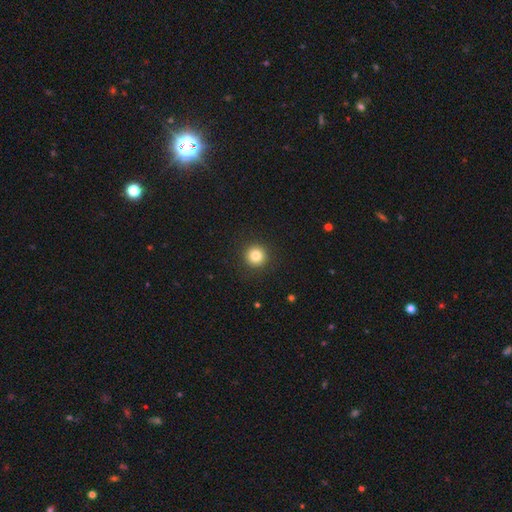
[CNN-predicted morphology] smooth_or_featured: smooth (p=0.83) [alt: star or artifact p=0.11]
how_rounded: round (p=0.95) [alt: in between p=0.04]
merging: none (p=0.92) [alt: minor disturbance p=0.05]